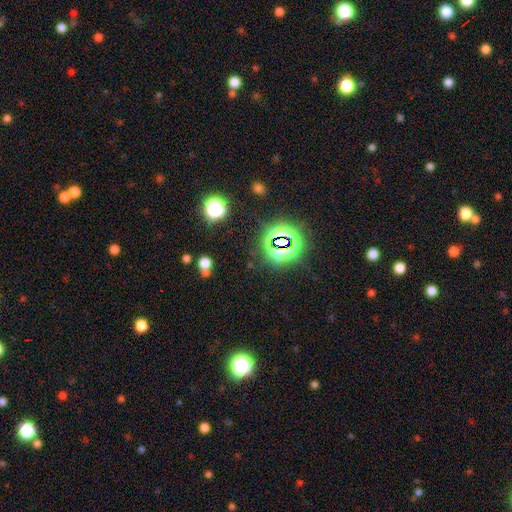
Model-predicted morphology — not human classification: star or artifact 77%, smooth 15%, featured or disk 8%.